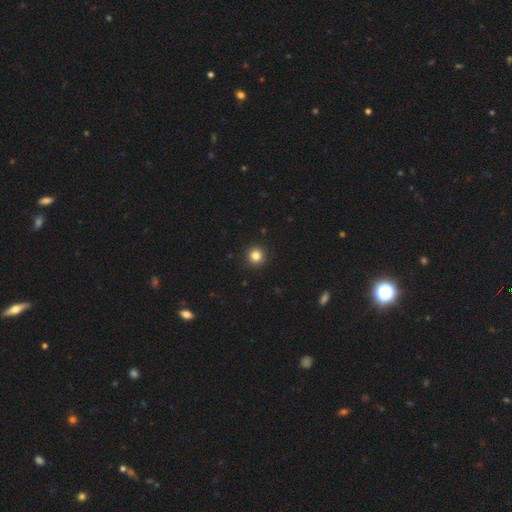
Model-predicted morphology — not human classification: Overall: smooth (84%). How rounded: round (95%). Merging: none (93%).